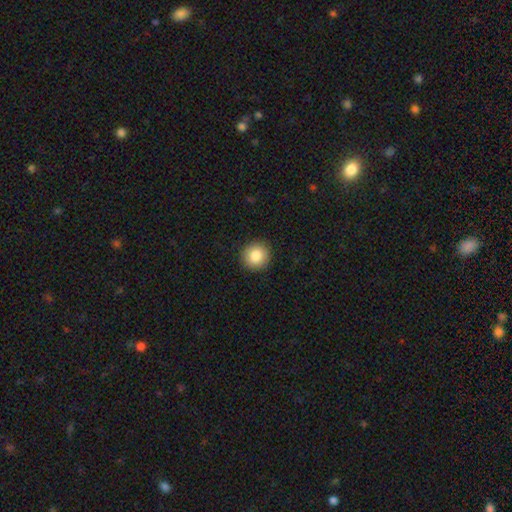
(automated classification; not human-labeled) smooth 85%, star or artifact 9%, featured or disk 7%. Down the decision tree: how rounded — round (93%); merging — none (92%).